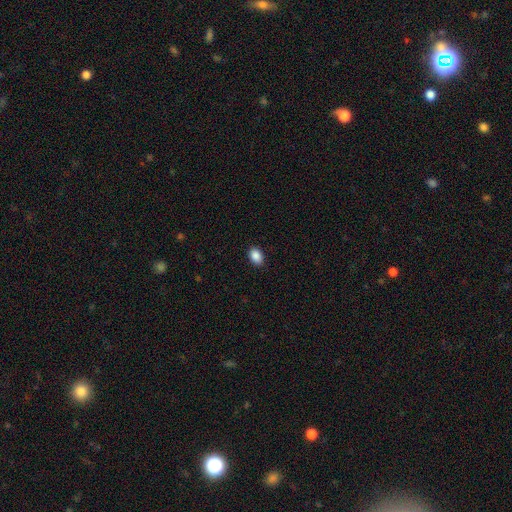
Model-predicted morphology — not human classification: Smooth or featured? Predicted: smooth (p=0.89). How rounded? Predicted: in between (p=0.84). Merging? Predicted: none (p=0.90).